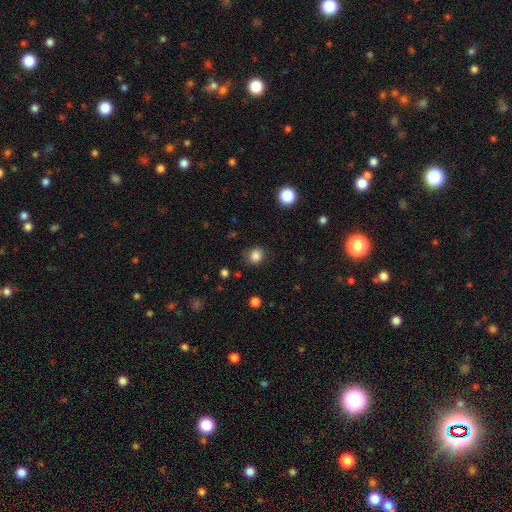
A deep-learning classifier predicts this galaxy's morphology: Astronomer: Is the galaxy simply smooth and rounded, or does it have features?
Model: smooth — 85%.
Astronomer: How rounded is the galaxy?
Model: round — 79%.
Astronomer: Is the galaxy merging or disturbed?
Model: none — 84%.